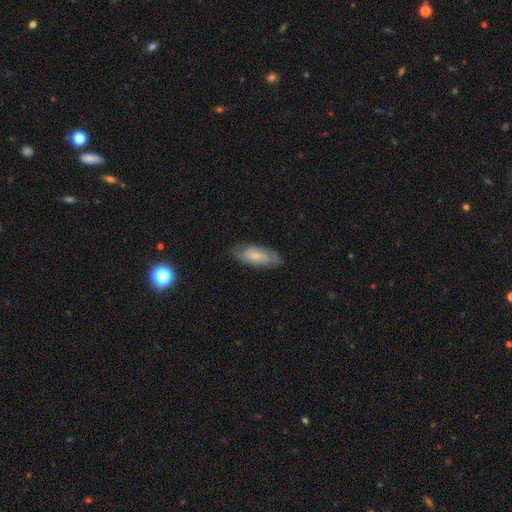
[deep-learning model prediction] Q: Smooth or featured?
A: smooth (55%); runner-up: featured or disk (38%)
Q: How rounded?
A: in between (78%); runner-up: cigar-shaped (19%)
Q: Merging?
A: none (77%); runner-up: minor disturbance (18%)